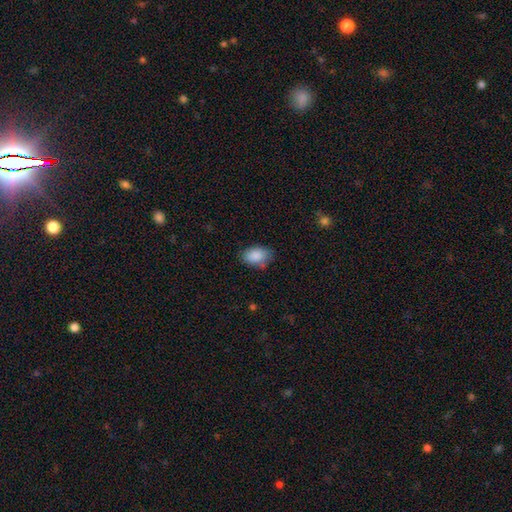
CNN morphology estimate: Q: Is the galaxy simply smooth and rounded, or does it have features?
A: smooth — 88%.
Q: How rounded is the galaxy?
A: in between — 87%.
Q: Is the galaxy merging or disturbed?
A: none — 73%.